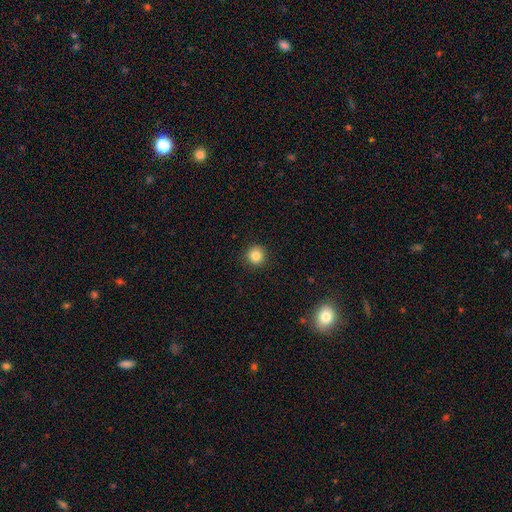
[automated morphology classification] smooth_or_featured: smooth (p=0.84) [alt: star or artifact p=0.11]
how_rounded: round (p=0.94) [alt: in between p=0.05]
merging: none (p=0.91) [alt: minor disturbance p=0.06]